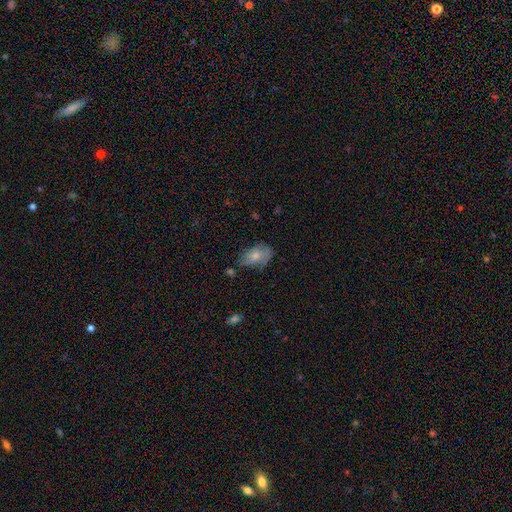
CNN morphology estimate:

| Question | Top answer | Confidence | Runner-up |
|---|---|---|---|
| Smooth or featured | smooth | 70% | featured or disk (22%) |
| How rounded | in between | 90% | round (8%) |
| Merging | none | 60% | minor disturbance (29%) |